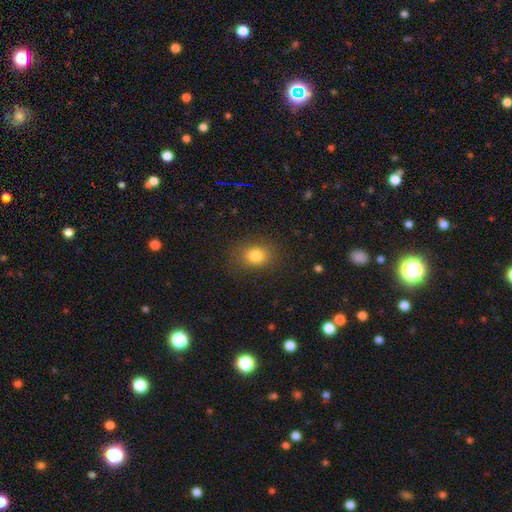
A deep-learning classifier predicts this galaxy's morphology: A smooth galaxy with no disk features (80%) that is in between round and cigar-shaped (55%). Merging: none (82%).